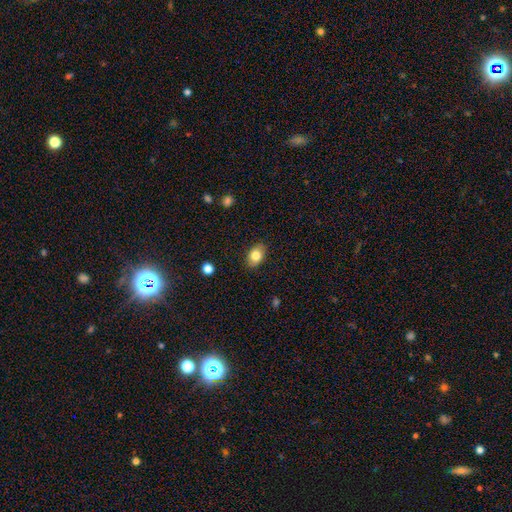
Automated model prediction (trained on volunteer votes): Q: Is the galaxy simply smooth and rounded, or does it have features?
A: smooth — 81%.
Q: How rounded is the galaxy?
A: in between — 81%.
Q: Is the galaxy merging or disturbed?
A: none — 86%.